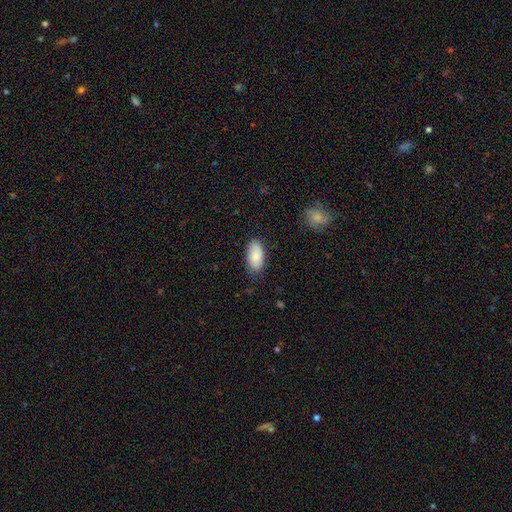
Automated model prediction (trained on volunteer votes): smooth 87%, featured or disk 6%, star or artifact 6%. Down the decision tree: how rounded — in between (94%); merging — none (82%).